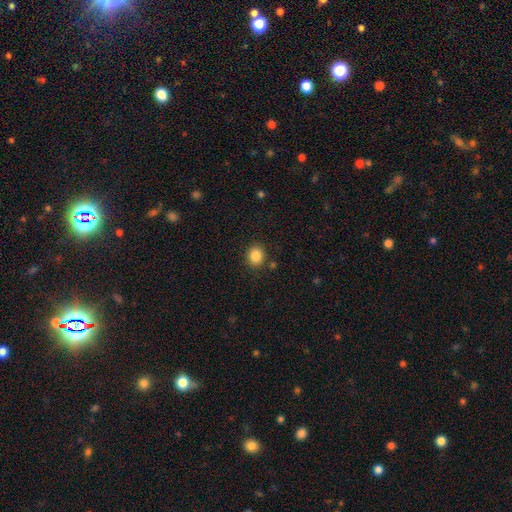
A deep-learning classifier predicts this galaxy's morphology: smooth_or_featured: smooth (p=0.86) [alt: star or artifact p=0.10]
how_rounded: round (p=0.72) [alt: in between p=0.27]
merging: none (p=0.87) [alt: minor disturbance p=0.08]